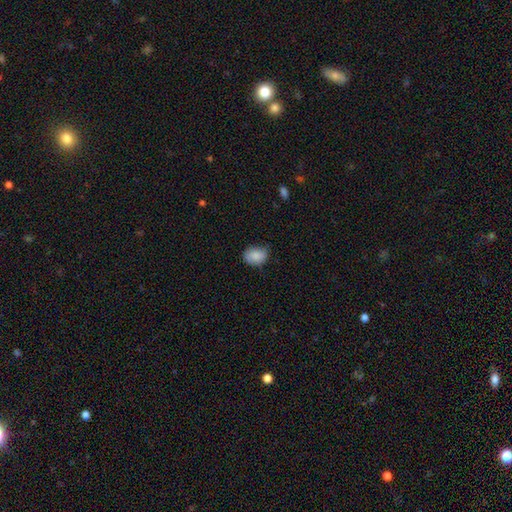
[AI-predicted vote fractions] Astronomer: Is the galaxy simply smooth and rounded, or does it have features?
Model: smooth — 84%.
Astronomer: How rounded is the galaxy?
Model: in between — 64%.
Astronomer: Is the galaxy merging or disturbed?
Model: none — 71%.